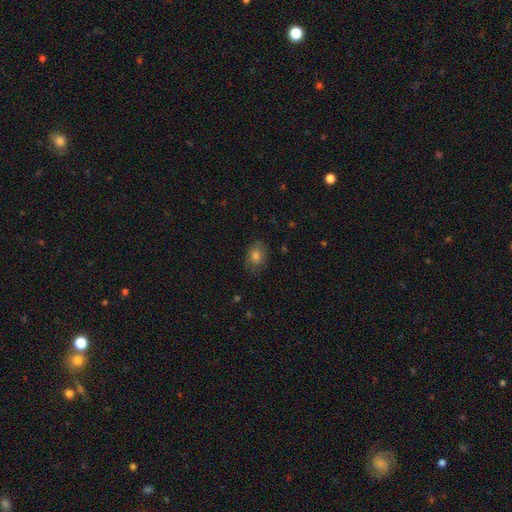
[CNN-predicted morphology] Smooth or featured? smooth (69%)
How rounded? in between (56%)
Merging? none (78%)